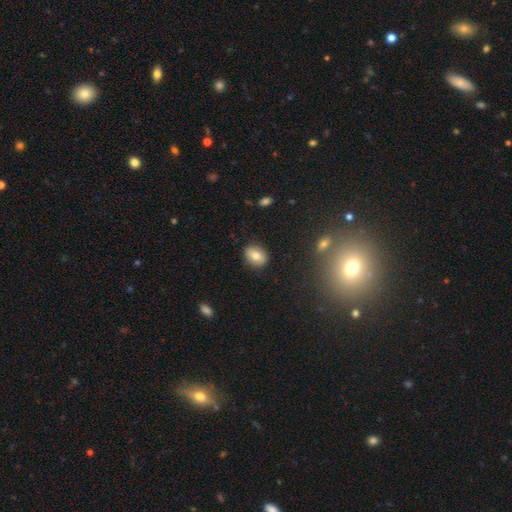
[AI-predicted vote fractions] Morphology: type=smooth (74%); roundness=in between (57%); merging=none (87%).